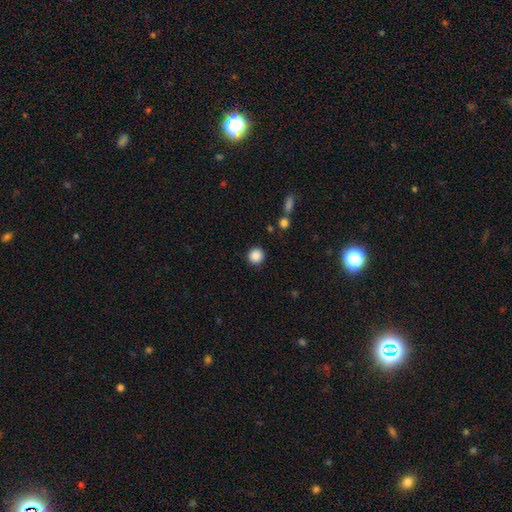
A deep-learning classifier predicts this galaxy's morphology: Smooth or featured?
  - smooth: 88% *
  - star or artifact: 9%
  - featured or disk: 3%
How rounded?
  - round: 94% *
  - in between: 5%
  - cigar-shaped: 1%
Merging?
  - none: 90% *
  - minor disturbance: 6%
  - major disturbance: 2%
  - merger: 2%